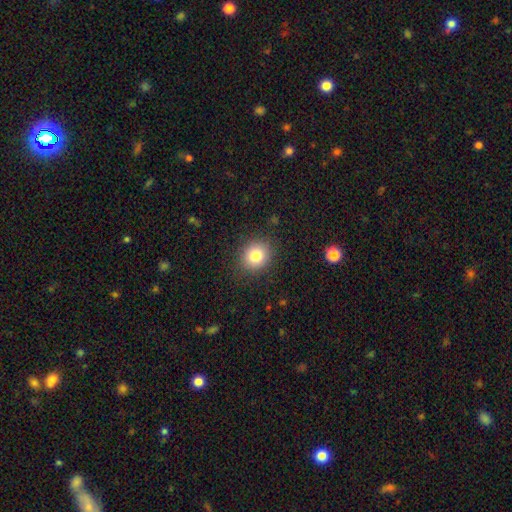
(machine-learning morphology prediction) Overall: smooth (82%). How rounded: round (74%). Merging: none (87%).